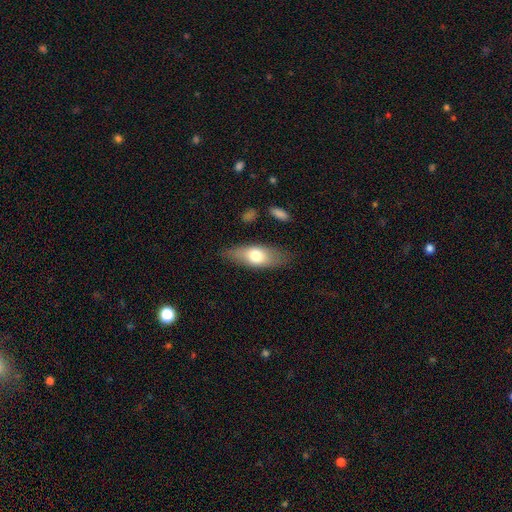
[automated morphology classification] Smooth or featured? Predicted: smooth (p=0.67). How rounded? Predicted: in between (p=0.73). Merging? Predicted: none (p=0.80).